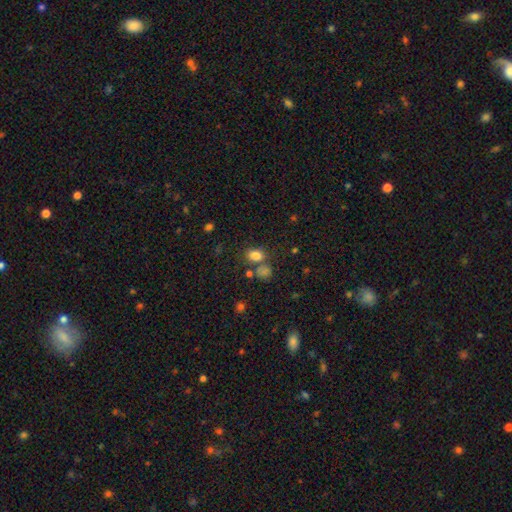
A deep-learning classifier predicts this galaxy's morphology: Smooth or featured? smooth (80%)
How rounded? in between (63%)
Merging? none (66%)